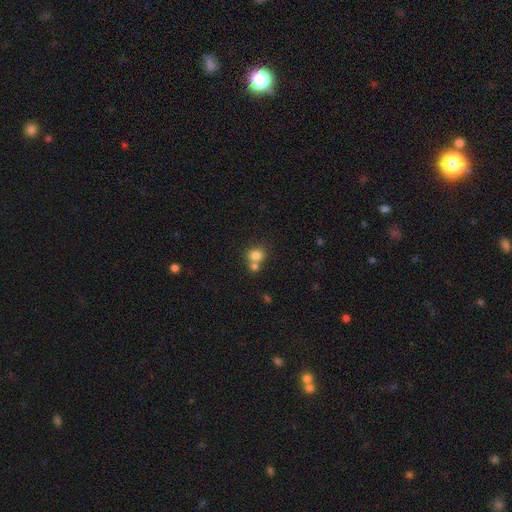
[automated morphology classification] smooth 80%, star or artifact 11%, featured or disk 9%. Down the decision tree: how rounded — round (69%); merging — none (45%).